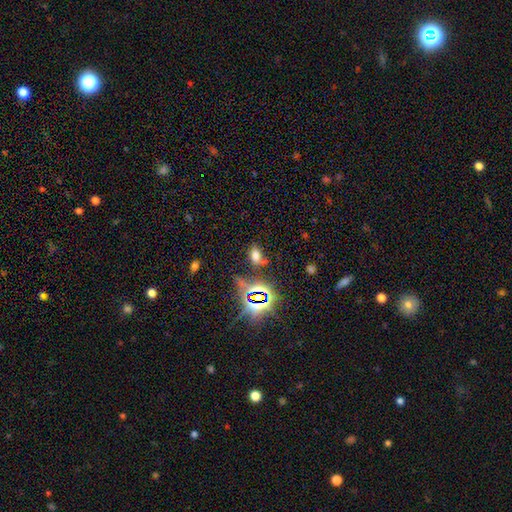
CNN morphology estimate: This appears to be a smooth galaxy with no disk features (59%) that is in between round and cigar-shaped (88%). Merging: none (69%).